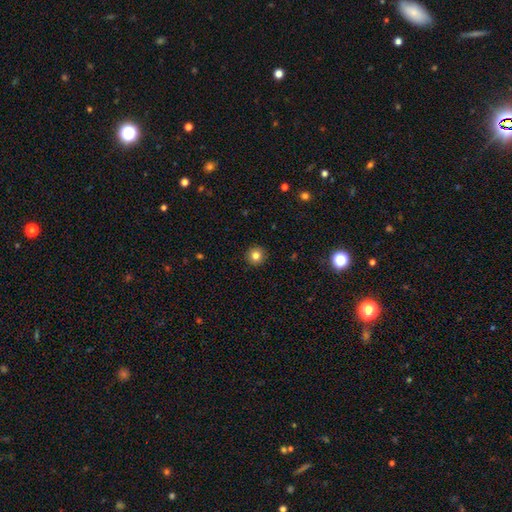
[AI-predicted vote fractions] Smooth or featured: smooth — 82% (star or artifact — 11%)
How rounded: round — 95% (in between — 4%)
Merging: none — 92% (minor disturbance — 5%)